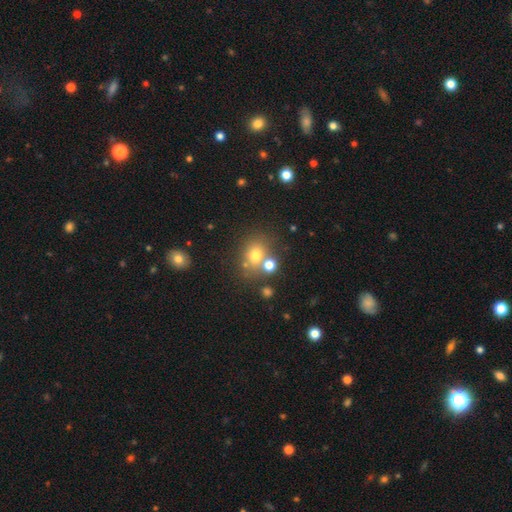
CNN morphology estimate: smooth 70%, star or artifact 17%, featured or disk 13%. Down the decision tree: how rounded — round (71%); merging — none (61%).